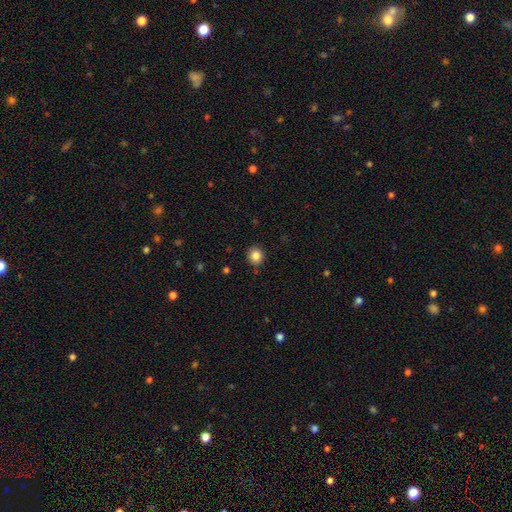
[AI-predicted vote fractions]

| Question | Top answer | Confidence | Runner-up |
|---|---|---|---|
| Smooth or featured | smooth | 84% | star or artifact (11%) |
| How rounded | round | 85% | in between (15%) |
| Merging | none | 88% | minor disturbance (8%) |